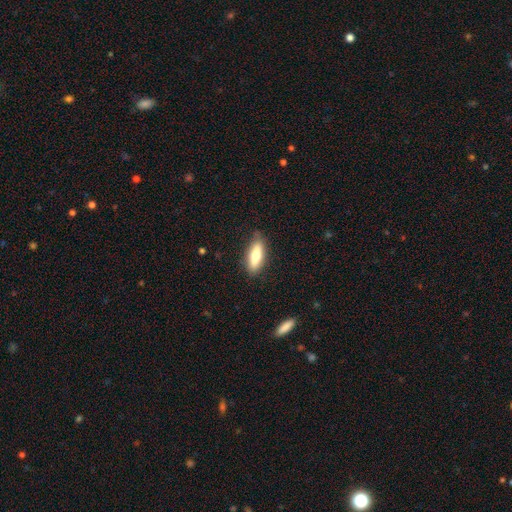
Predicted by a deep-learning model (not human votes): Morphology: type=smooth (69%); roundness=in between (63%); merging=none (83%).